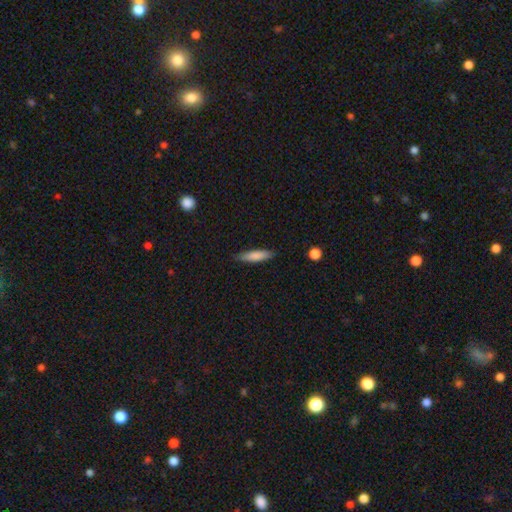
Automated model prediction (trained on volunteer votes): Overall: smooth (81%). How rounded: cigar-shaped (76%). Merging: none (86%).